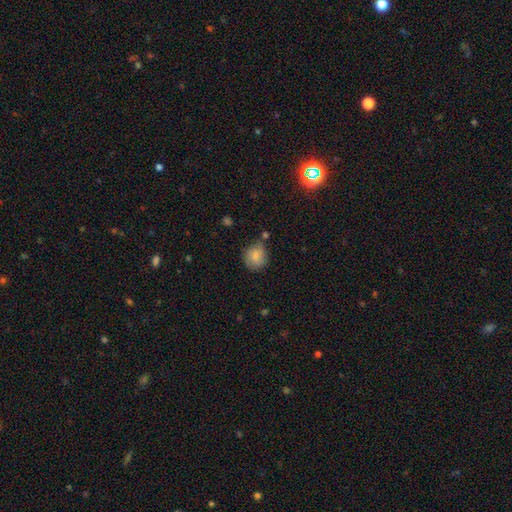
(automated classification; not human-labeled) The model was most divided on "merging": none: 68%, minor disturbance: 21%, merger: 6%, major disturbance: 5%. More confident: how rounded — round (84%); smooth or featured — smooth (82%).